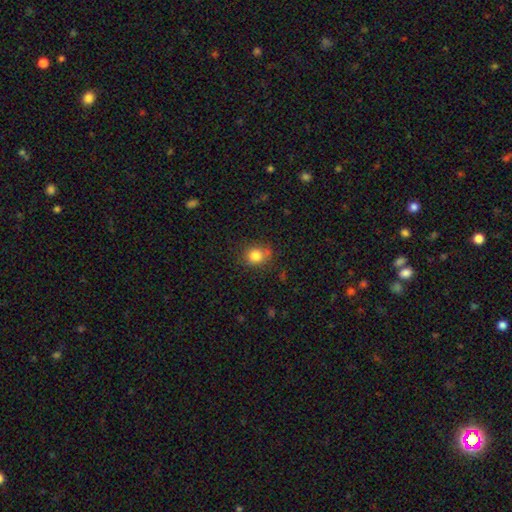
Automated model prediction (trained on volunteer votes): smooth 82%, star or artifact 12%, featured or disk 7%. Down the decision tree: how rounded — round (75%); merging — none (75%).